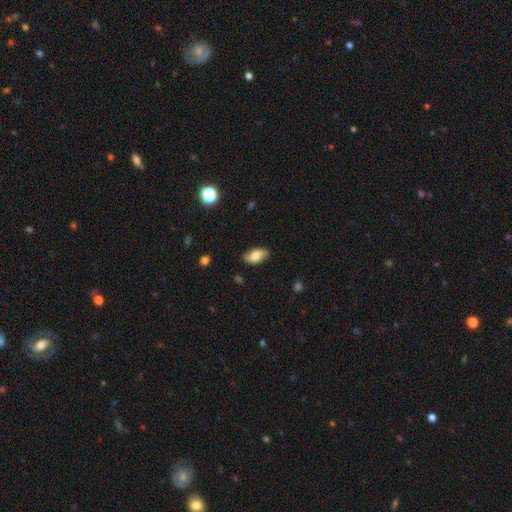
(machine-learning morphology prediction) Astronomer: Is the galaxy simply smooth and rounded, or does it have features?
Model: smooth — 63%.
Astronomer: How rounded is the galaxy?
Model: in between — 90%.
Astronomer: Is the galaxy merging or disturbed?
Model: none — 81%.